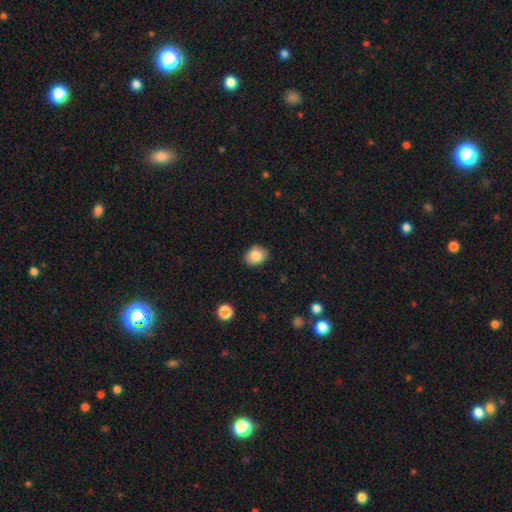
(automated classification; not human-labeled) Smooth or featured? Predicted: smooth (p=0.85). How rounded? Predicted: in between (p=0.57). Merging? Predicted: none (p=0.86).